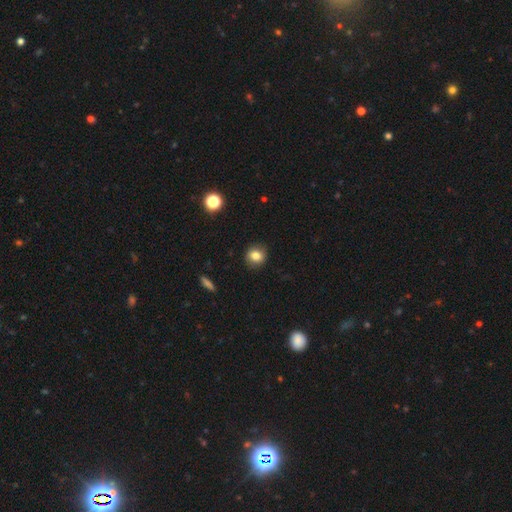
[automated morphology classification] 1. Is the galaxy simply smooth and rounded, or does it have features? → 80% smooth, 11% star or artifact, 9% featured or disk.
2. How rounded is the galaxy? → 78% round, 20% in between, 1% cigar-shaped.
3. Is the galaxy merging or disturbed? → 88% none, 9% minor disturbance, 2% major disturbance, 1% merger.